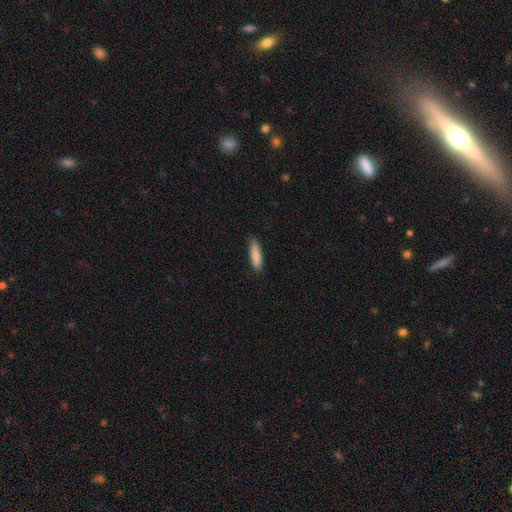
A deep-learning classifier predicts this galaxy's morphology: smooth 86%, featured or disk 9%, star or artifact 6%. Down the decision tree: how rounded — cigar-shaped (70%); merging — none (86%).